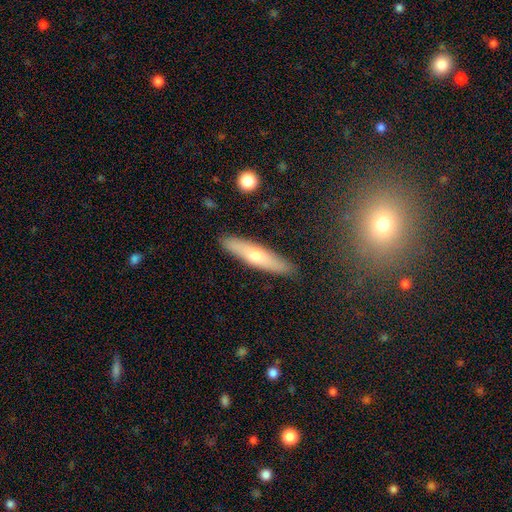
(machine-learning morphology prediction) smooth_or_featured: smooth (p=0.58) [alt: featured or disk p=0.36]
how_rounded: cigar-shaped (p=0.82) [alt: in between p=0.16]
merging: none (p=0.89) [alt: minor disturbance p=0.08]